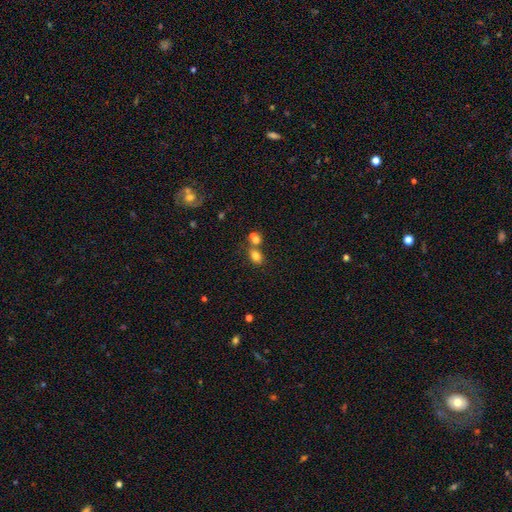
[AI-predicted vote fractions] Smooth or featured? smooth (79%)
How rounded? in between (61%)
Merging? none (45%)